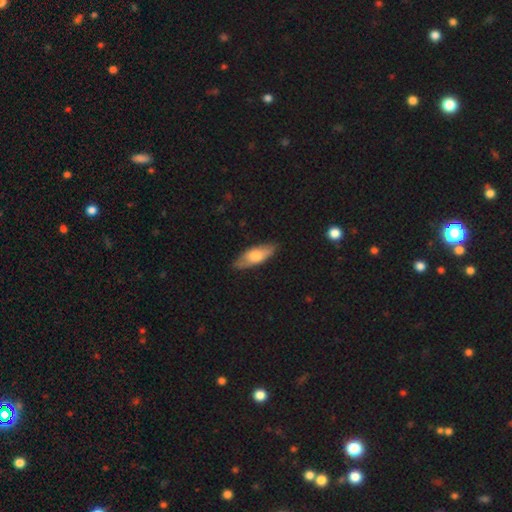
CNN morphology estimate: Smooth or featured? Predicted: smooth (p=0.63). How rounded? Predicted: in between (p=0.68). Merging? Predicted: none (p=0.80).